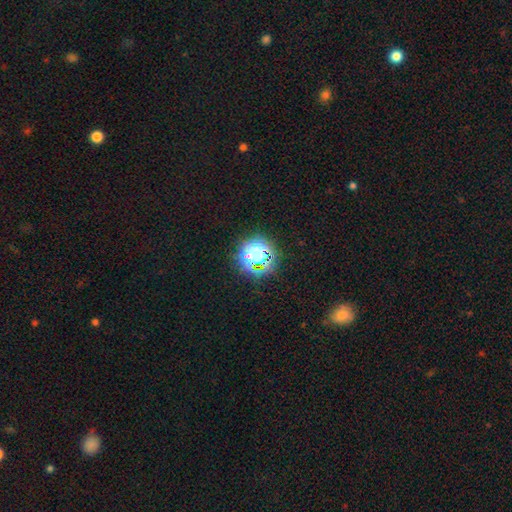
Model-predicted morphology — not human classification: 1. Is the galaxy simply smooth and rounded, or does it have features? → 54% star or artifact, 34% smooth, 12% featured or disk.